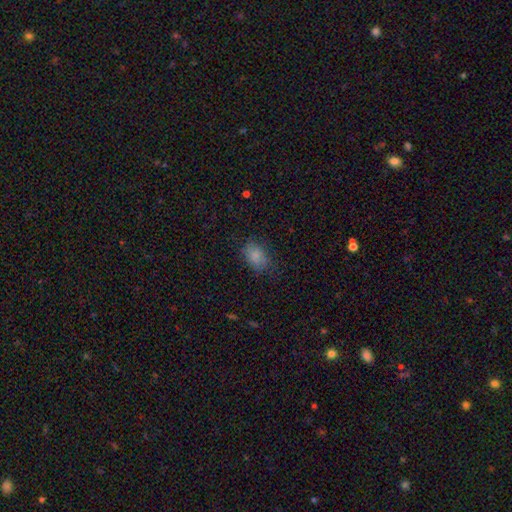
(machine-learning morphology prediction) A smooth galaxy with no disk features (81%) that is in between round and cigar-shaped (78%). Merging: none (73%).